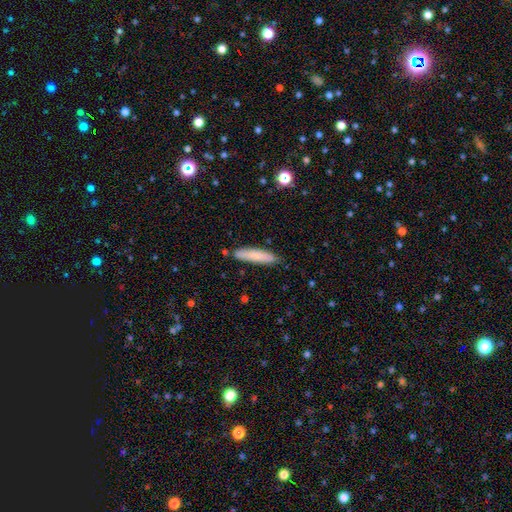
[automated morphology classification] The model was most divided on "smooth or featured": smooth: 80%, featured or disk: 14%, star or artifact: 6%. More confident: how rounded — cigar-shaped (87%); merging — none (86%).